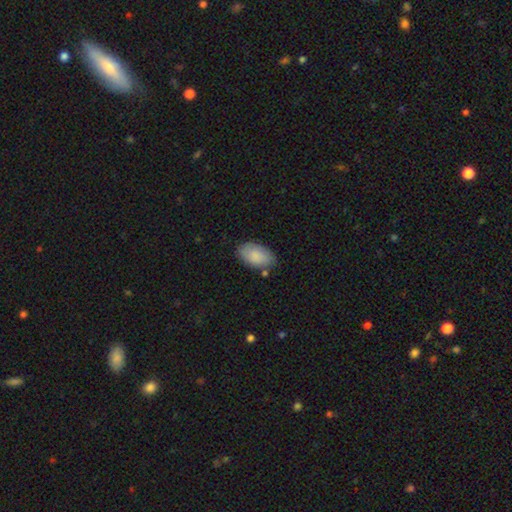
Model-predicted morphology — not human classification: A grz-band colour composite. It shows a smooth galaxy with no disk features (84%) that is in between round and cigar-shaped (95%). Merging: none (75%).